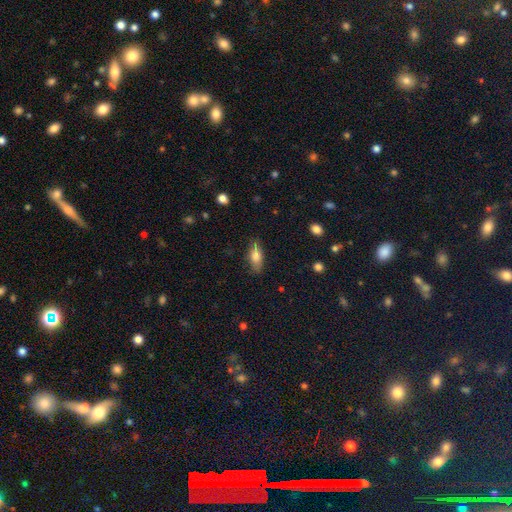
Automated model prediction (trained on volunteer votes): This appears to be a smooth galaxy with no disk features (68%) that is in between round and cigar-shaped (67%). Merging: none (81%).